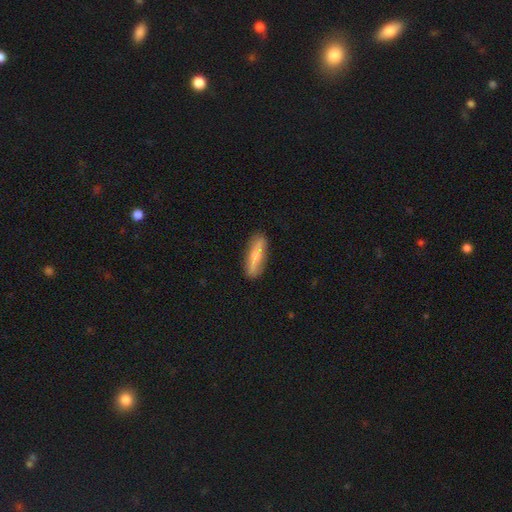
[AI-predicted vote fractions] Morphology: type=smooth (56%); roundness=cigar-shaped (67%); merging=none (82%).